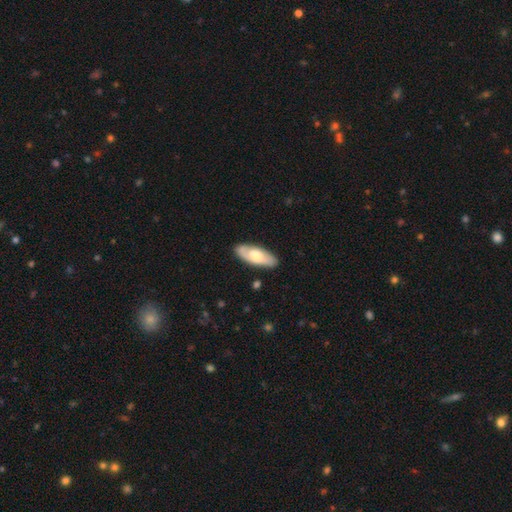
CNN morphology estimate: This appears to be a smooth galaxy with no disk features (57%) that is in between round and cigar-shaped (75%). Merging: none (83%).